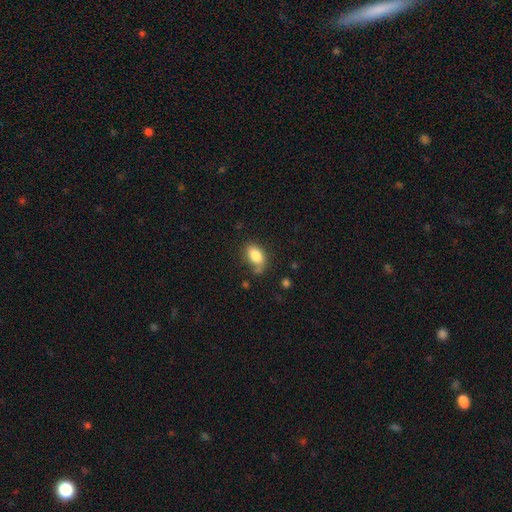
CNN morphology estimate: Smooth or featured?
  - smooth: 83% *
  - featured or disk: 9%
  - star or artifact: 8%
How rounded?
  - in between: 87% *
  - round: 11%
  - cigar-shaped: 2%
Merging?
  - none: 59% *
  - minor disturbance: 25%
  - major disturbance: 9%
  - merger: 7%